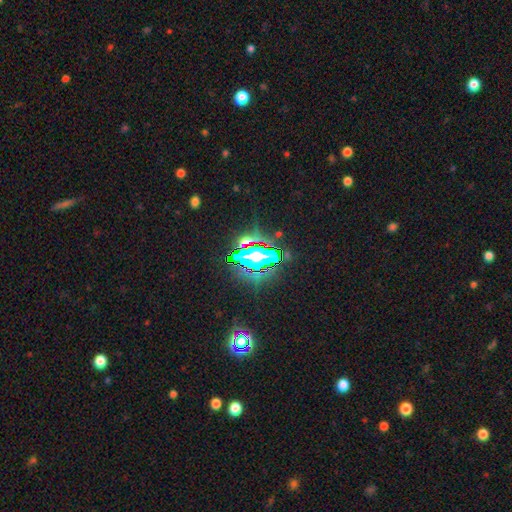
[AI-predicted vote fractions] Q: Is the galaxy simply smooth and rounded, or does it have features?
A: star or artifact — 72%.